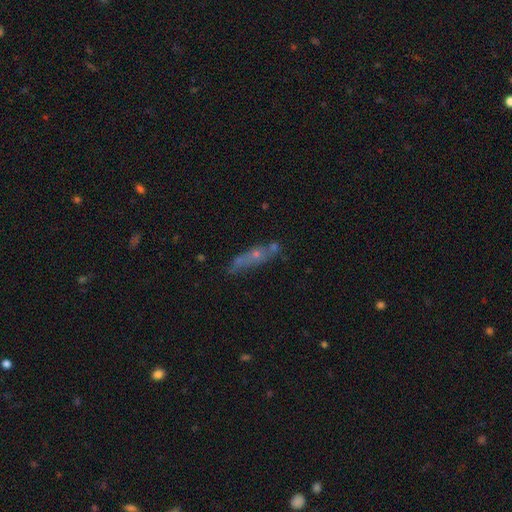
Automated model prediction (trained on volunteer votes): The model was most divided on "smooth or featured": smooth: 47%, featured or disk: 39%, star or artifact: 14%. Remaining: merging — none (49%).